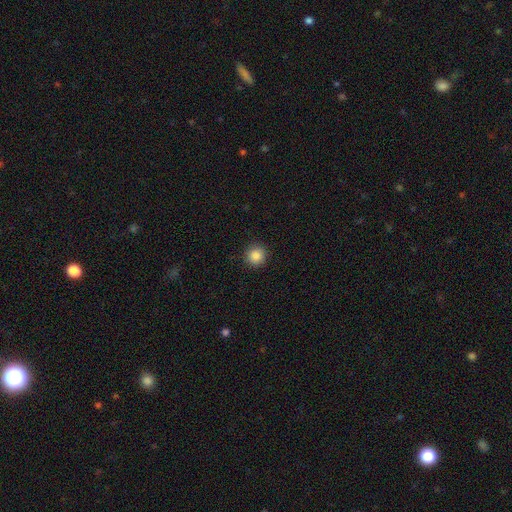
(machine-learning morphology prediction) Smooth or featured? smooth (86%)
How rounded? round (94%)
Merging? none (92%)